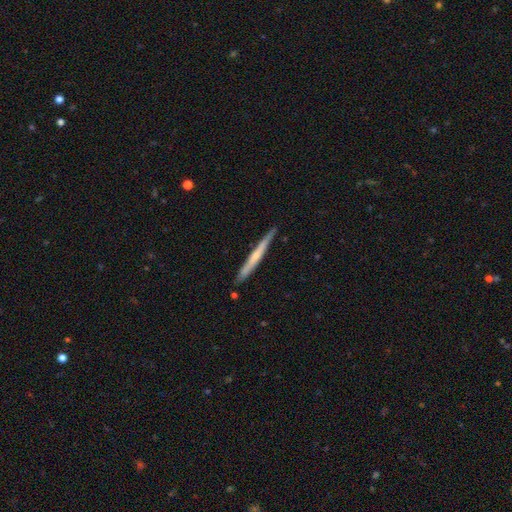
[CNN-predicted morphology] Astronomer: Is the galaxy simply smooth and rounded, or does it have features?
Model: featured or disk — 55% (runner-up: smooth, 40%).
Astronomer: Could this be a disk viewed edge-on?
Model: yes — 97%.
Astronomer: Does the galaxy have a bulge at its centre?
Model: none — 55% (runner-up: rounded, 39%).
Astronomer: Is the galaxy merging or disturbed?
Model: none — 87%.